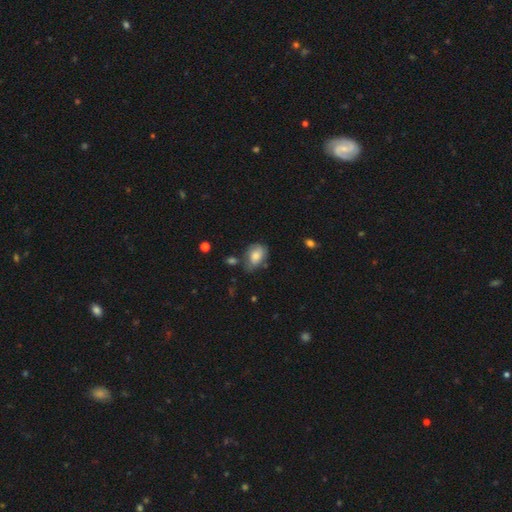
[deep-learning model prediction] Smooth or featured: smooth — 69% (featured or disk — 23%)
How rounded: in between — 78% (round — 21%)
Merging: none — 46% (minor disturbance — 35%)